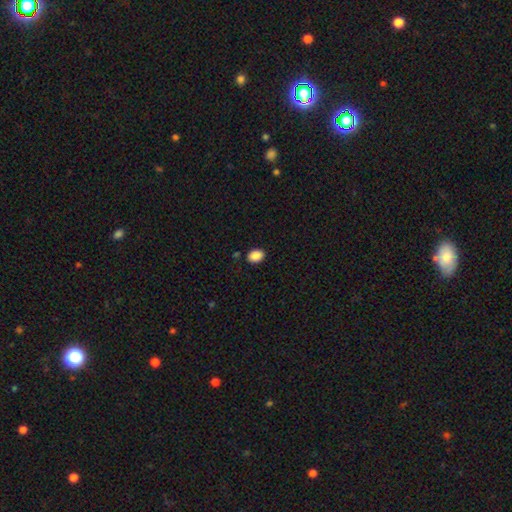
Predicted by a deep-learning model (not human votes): Smooth or featured? Predicted: smooth (p=0.88). How rounded? Predicted: in between (p=0.69). Merging? Predicted: none (p=0.87).